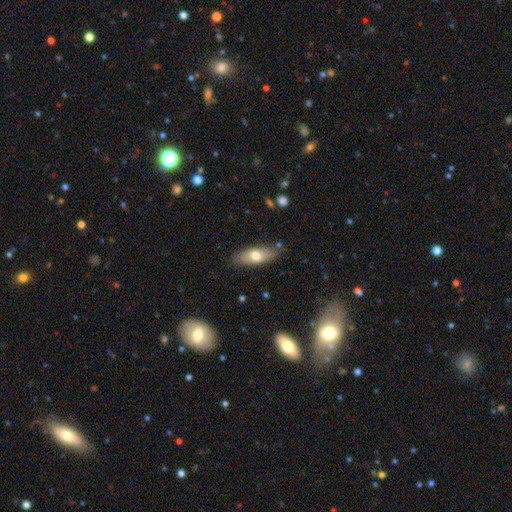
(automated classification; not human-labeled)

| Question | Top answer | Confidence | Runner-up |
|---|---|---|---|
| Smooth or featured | smooth | 68% | featured or disk (25%) |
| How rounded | in between | 71% | cigar-shaped (26%) |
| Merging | none | 83% | minor disturbance (12%) |